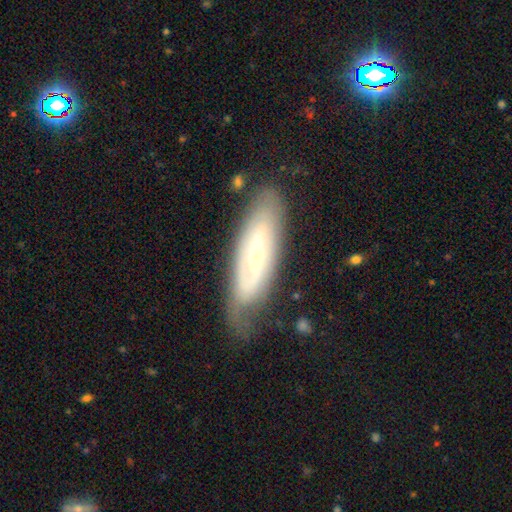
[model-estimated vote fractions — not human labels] featured or disk 70%, smooth 24%, star or artifact 6%. Down the decision tree: edge-on disk — no (78%); bar — weak (37%, tied with no); spiral arms — yes (78%); bulge size — small (58%); merging — none (67%).